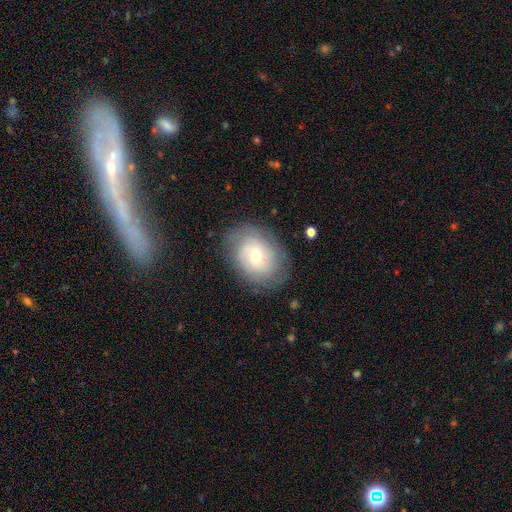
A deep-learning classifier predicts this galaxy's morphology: featured or disk 51%, smooth 39%, star or artifact 9%. Down the decision tree: edge-on disk — no (94%); merging — none (77%).